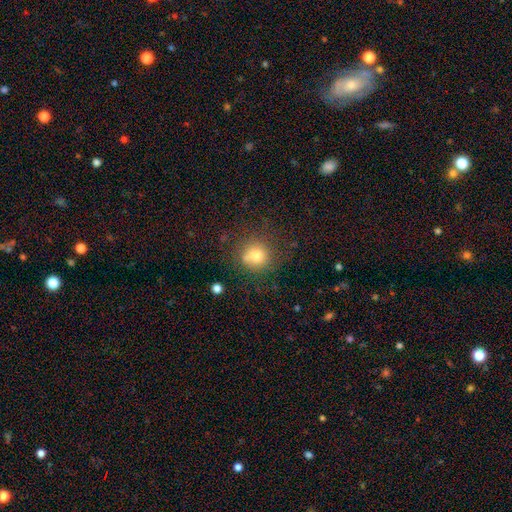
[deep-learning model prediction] smooth 76%, star or artifact 13%, featured or disk 11%. Down the decision tree: how rounded — round (90%); merging — none (70%).